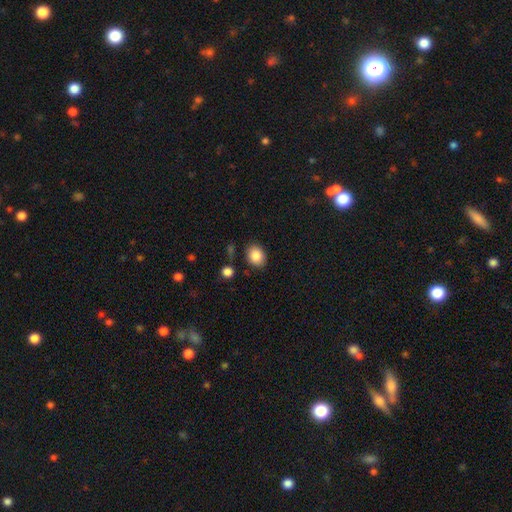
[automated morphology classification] Smooth or featured: smooth — 87% (star or artifact — 8%)
How rounded: in between — 54% (round — 45%)
Merging: none — 82% (minor disturbance — 11%)